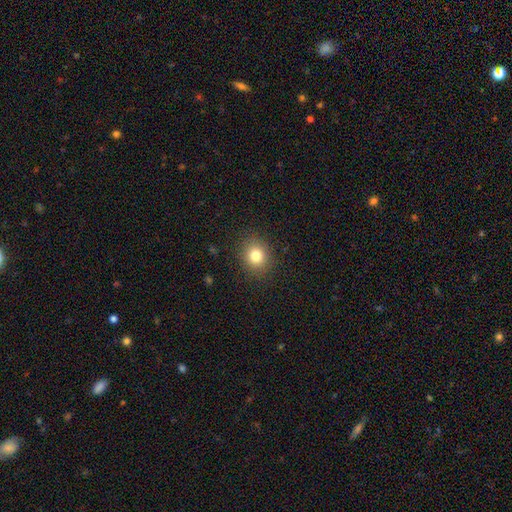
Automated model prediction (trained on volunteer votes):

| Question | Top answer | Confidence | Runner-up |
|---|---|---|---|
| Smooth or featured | smooth | 80% | star or artifact (13%) |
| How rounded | round | 72% | in between (27%) |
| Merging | none | 89% | minor disturbance (7%) |